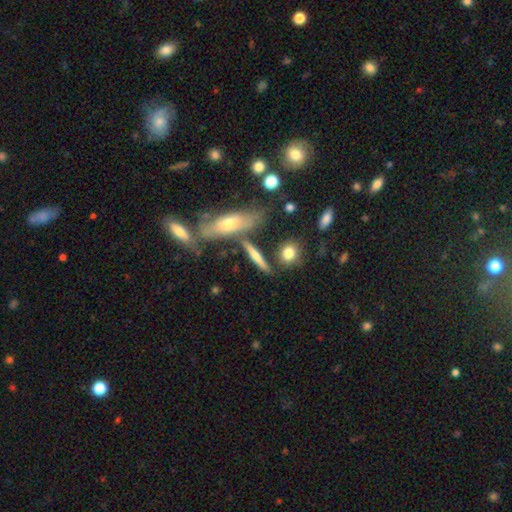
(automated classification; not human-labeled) smooth-or-featured: smooth: 47% | featured or disk: 43% | star or artifact: 10%
  merging: none: 69% | merger: 14% | minor disturbance: 13% | major disturbance: 5%